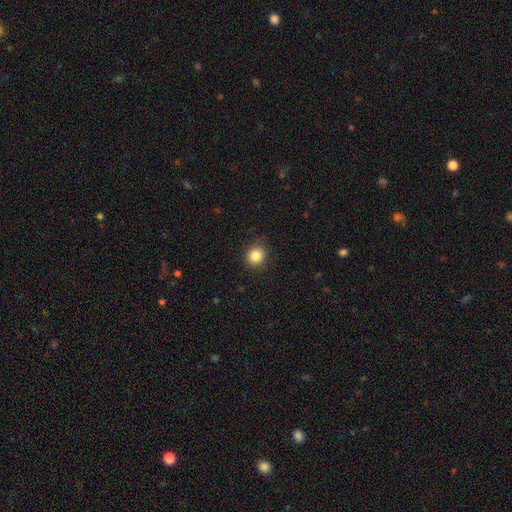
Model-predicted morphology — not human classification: This appears to be a smooth galaxy with no disk features (85%) that is round (86%). Merging: none (88%).